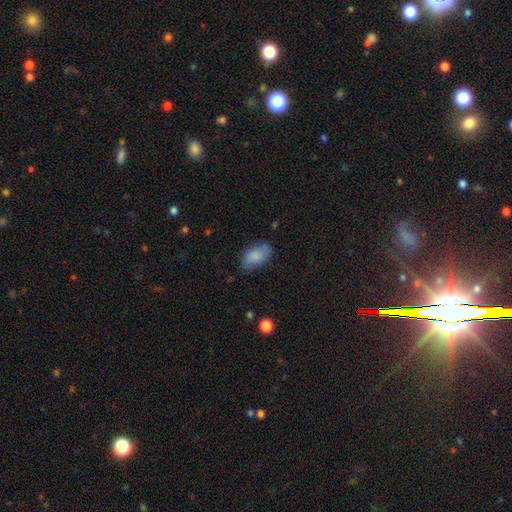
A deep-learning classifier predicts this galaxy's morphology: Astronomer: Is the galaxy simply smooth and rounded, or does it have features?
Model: smooth — 82%.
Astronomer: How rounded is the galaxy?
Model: in between — 92%.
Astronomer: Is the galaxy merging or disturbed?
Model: none — 69%.